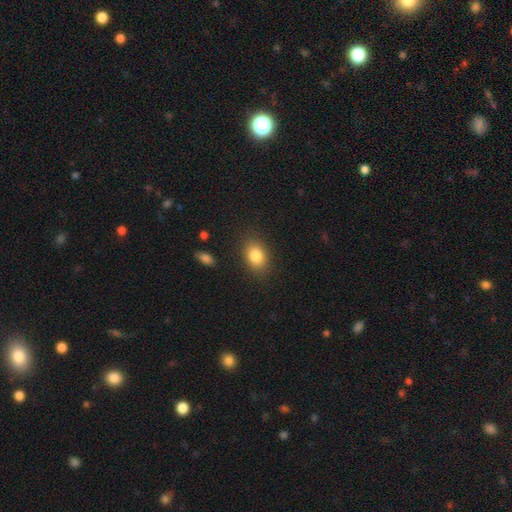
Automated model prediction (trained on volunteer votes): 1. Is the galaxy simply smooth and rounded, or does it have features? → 84% smooth, 9% star or artifact, 8% featured or disk.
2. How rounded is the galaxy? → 75% in between, 23% round, 1% cigar-shaped.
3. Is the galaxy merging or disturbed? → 84% none, 11% minor disturbance, 3% major disturbance, 2% merger.